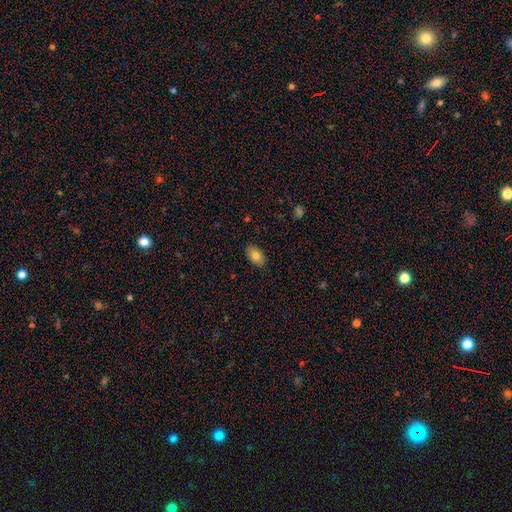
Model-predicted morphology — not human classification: smooth_or_featured: smooth (p=0.78) [alt: featured or disk p=0.14]
how_rounded: in between (p=0.90) [alt: round p=0.08]
merging: none (p=0.87) [alt: minor disturbance p=0.10]